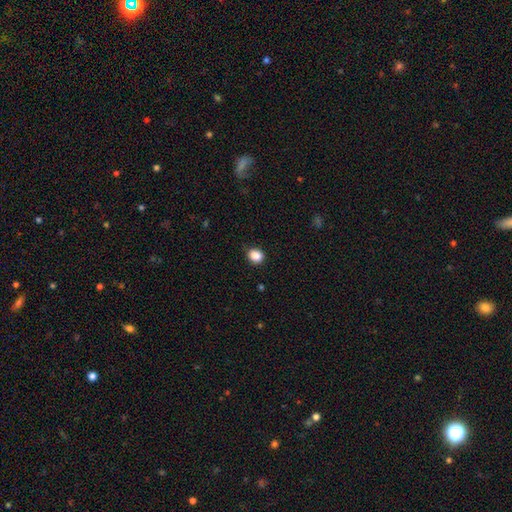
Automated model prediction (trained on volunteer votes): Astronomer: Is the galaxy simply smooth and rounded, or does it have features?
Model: smooth — 88%.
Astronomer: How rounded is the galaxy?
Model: round — 59% (runner-up: in between, 40%).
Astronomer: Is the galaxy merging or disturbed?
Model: none — 82%.